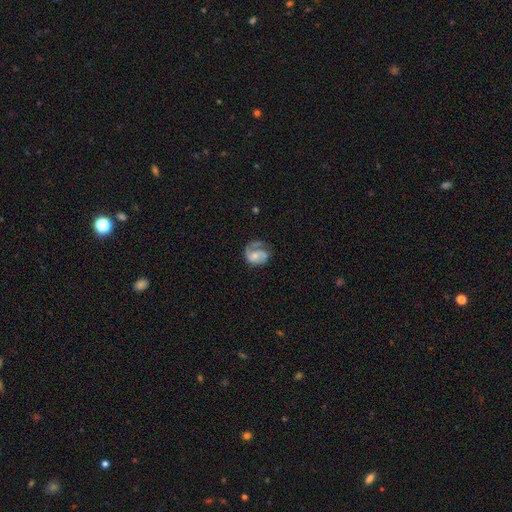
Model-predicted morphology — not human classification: smooth_or_featured: featured or disk (p=0.67) [alt: smooth p=0.26]
disk_edge_on: no (p=0.98) [alt: yes p=0.02]
bar: no (p=0.66) [alt: weak p=0.28]
has_spiral_arms: yes (p=0.85) [alt: no p=0.15]
spiral_winding: medium (p=0.42) [alt: loose p=0.29]
spiral_arm_count: 1 (p=0.45) [alt: 2 p=0.40]
bulge_size: small (p=0.48) [alt: moderate p=0.39]
merging: none (p=0.40) [alt: major disturbance p=0.32]